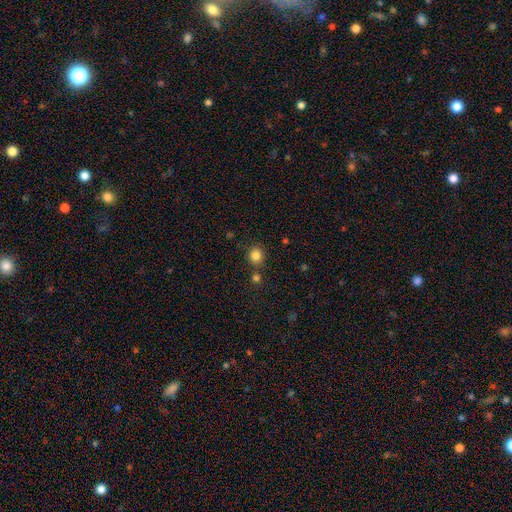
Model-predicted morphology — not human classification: type=smooth (83%); roundness=round (83%); merging=none (77%).